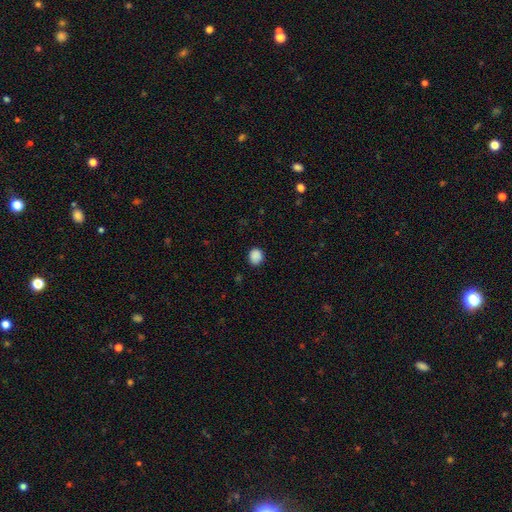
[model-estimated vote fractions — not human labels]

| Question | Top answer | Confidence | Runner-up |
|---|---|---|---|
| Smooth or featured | smooth | 87% | star or artifact (10%) |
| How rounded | round | 70% | in between (29%) |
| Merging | none | 85% | minor disturbance (12%) |